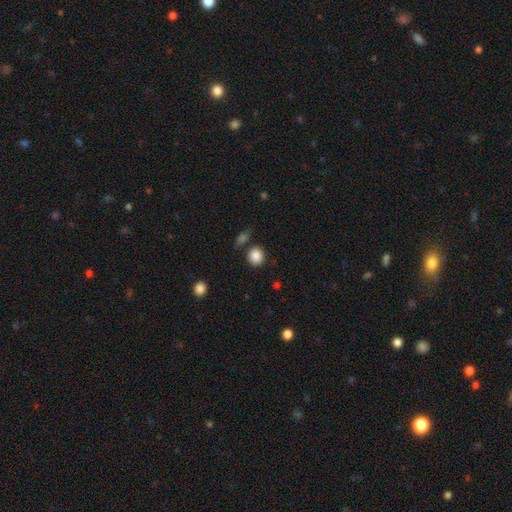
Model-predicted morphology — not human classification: Smooth or featured?
  - smooth: 86% *
  - star or artifact: 9%
  - featured or disk: 4%
How rounded?
  - round: 84% *
  - in between: 15%
  - cigar-shaped: 1%
Merging?
  - none: 79% *
  - minor disturbance: 10%
  - merger: 7%
  - major disturbance: 4%